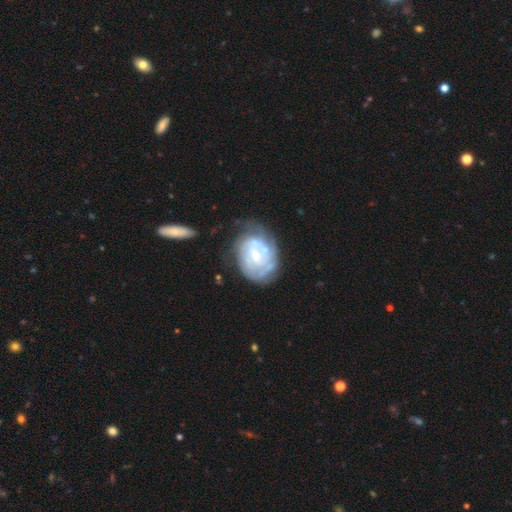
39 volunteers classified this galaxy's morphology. Smooth or featured?
  - featured or disk: 95% *
  - smooth: 5%
  - star or artifact: 0%
Edge-on disk?
  - no: 100% *
  - yes: 0%
Bar?
  - no: 57% *
  - weak: 35%
  - strong: 8%
Spiral arms?
  - yes: 78% *
  - no: 22%
Spiral winding?
  - tight: 48% *
  - medium: 34%
  - loose: 17%
Spiral arm count?
  - 2: 31% * (tied)
  - can't tell: 31% * (tied)
  - 3: 14%
  - 4: 10%
  - 1: 7%
  - more than 4: 7%
Bulge size?
  - small: 70% *
  - moderate: 30%
  - dominant: 0%
  - large: 0%
  - none: 0%
Merging?
  - none: 41% *
  - minor disturbance: 28%
  - major disturbance: 23%
  - merger: 8%